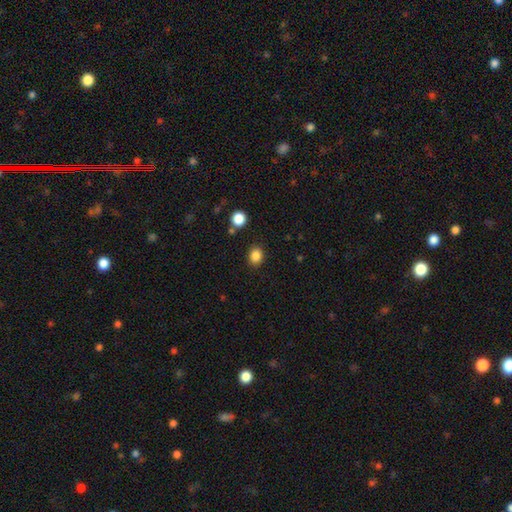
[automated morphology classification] Overall: smooth (85%). How rounded: round (54%; in between 45%). Merging: none (87%).